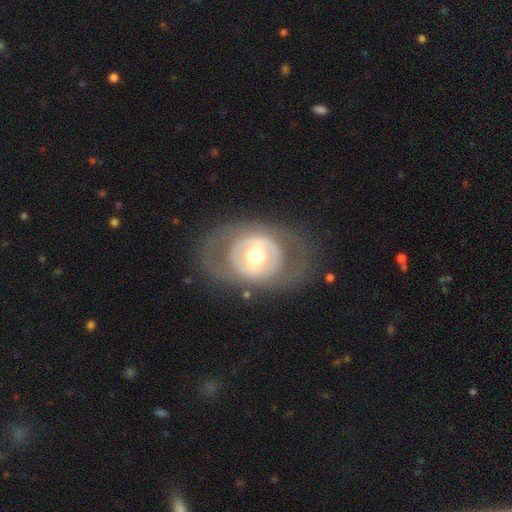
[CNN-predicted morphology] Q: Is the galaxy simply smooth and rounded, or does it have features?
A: featured or disk — 69%.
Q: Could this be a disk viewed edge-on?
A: no — 94%.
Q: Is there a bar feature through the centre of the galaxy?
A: no — 49%.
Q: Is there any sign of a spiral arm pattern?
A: no — 75%.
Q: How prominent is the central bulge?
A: moderate — 68%.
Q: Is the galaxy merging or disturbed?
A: none — 75%.